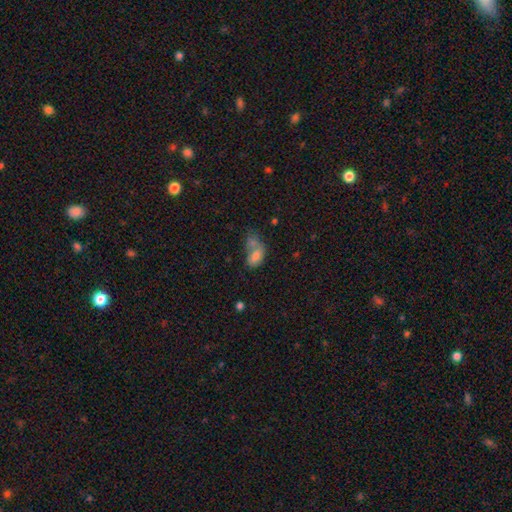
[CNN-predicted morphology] Smooth or featured? Predicted: smooth (p=0.76). How rounded? Predicted: in between (p=0.86). Merging? Predicted: merger (p=0.57).